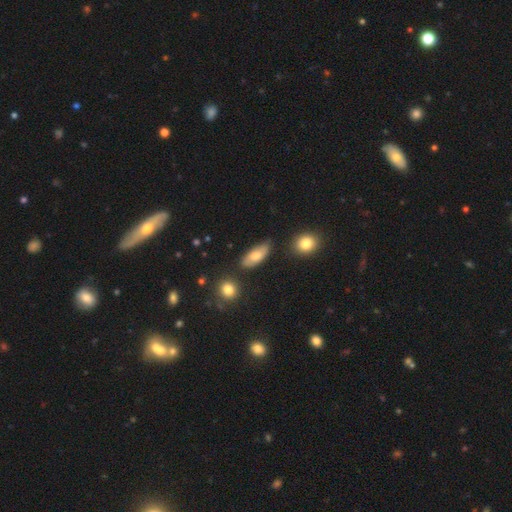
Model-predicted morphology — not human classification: Smooth or featured: smooth — 71% (featured or disk — 22%)
How rounded: in between — 83% (cigar-shaped — 13%)
Merging: none — 74% (minor disturbance — 18%)